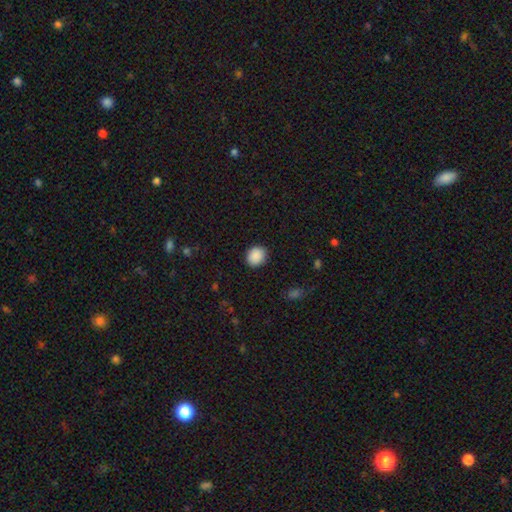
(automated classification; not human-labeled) The model was most divided on "how rounded": round: 69%, in between: 30%, cigar-shaped: 1%. More confident: smooth or featured — smooth (89%); merging — none (89%).